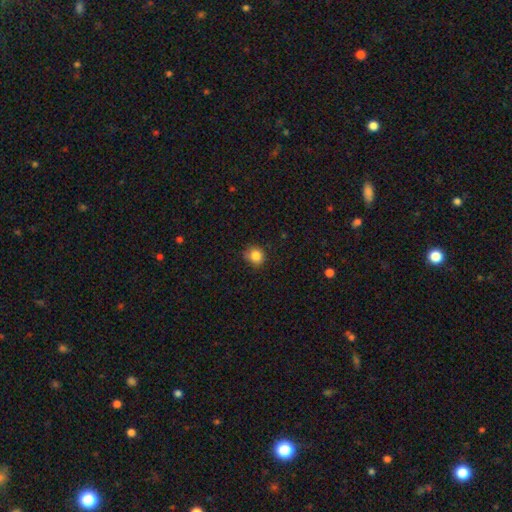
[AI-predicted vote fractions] Smooth or featured? smooth (85%)
How rounded? round (83%)
Merging? none (77%)